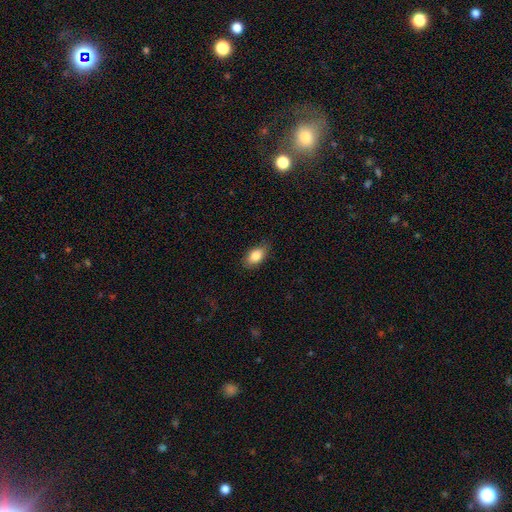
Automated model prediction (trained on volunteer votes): Smooth or featured: smooth — 84% (featured or disk — 9%)
How rounded: in between — 90% (round — 7%)
Merging: none — 84% (minor disturbance — 13%)